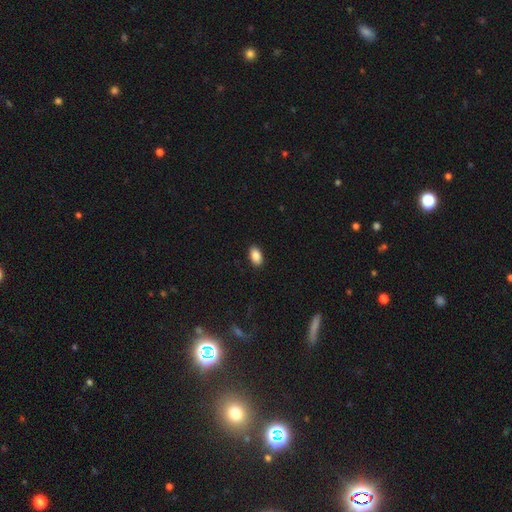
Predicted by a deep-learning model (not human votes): This is clearly a smooth galaxy (88%). How rounded: clearly in between (92%). Merging: clearly none (90%).